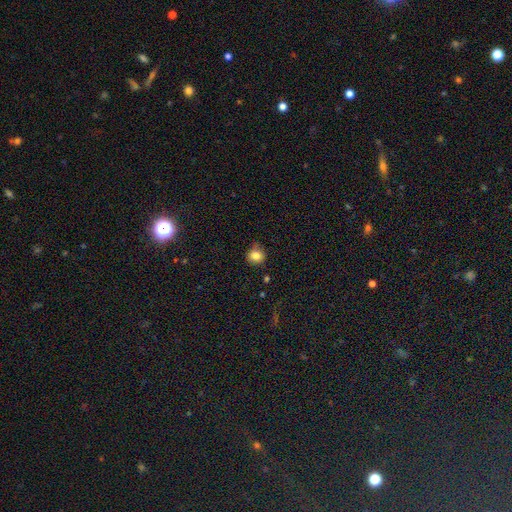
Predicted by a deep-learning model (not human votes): Smooth or featured: smooth — 81% (star or artifact — 11%)
How rounded: round — 82% (in between — 17%)
Merging: none — 70% (minor disturbance — 22%)